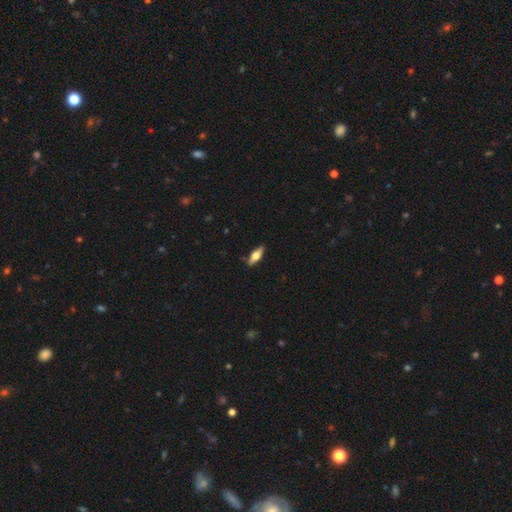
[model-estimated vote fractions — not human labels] featured or disk 48%, smooth 46%, star or artifact 6%. Down the decision tree: merging — none (85%).